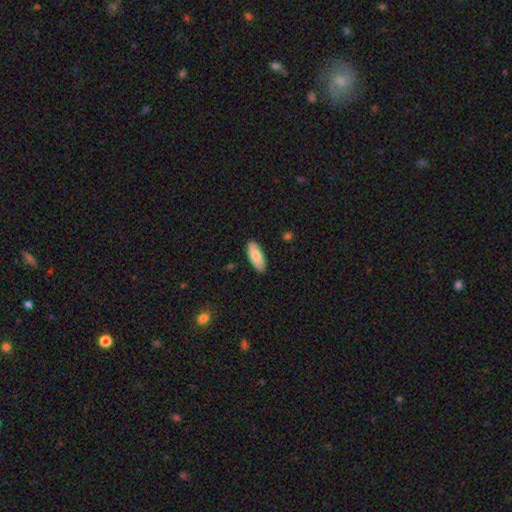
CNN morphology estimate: type=smooth (82%); roundness=in between (82%); merging=none (87%).